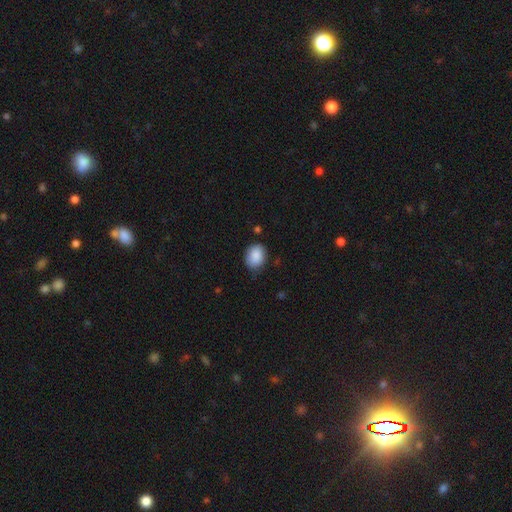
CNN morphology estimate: Overall: smooth (89%). How rounded: in between (54%; round 45%). Merging: none (72%).